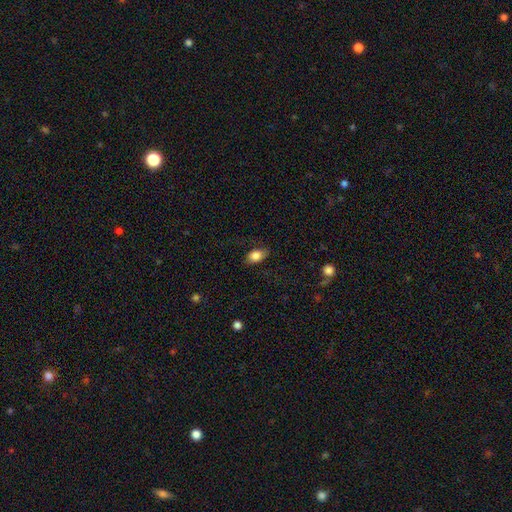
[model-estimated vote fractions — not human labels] Smooth or featured? smooth (83%)
How rounded? in between (84%)
Merging? none (79%)